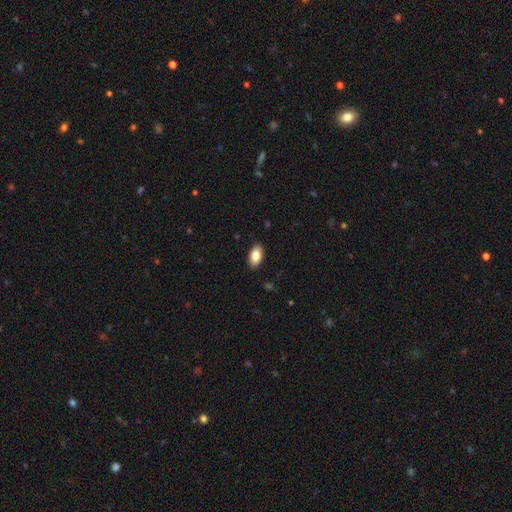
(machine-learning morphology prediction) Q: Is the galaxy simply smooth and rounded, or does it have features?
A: smooth — 84%.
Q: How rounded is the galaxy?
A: in between — 93%.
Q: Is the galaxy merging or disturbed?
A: none — 89%.